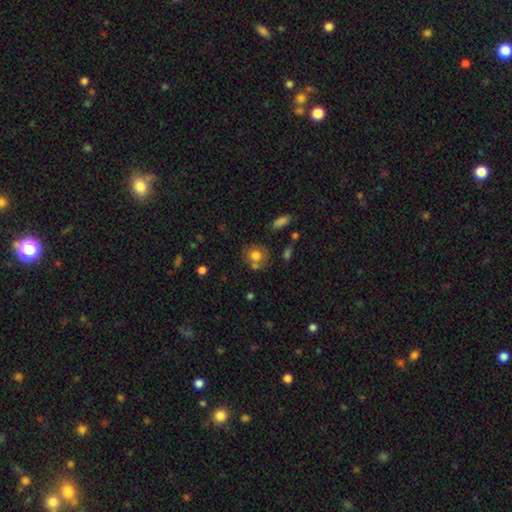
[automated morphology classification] Q: Smooth or featured?
A: smooth (75%); runner-up: featured or disk (15%)
Q: How rounded?
A: round (75%); runner-up: in between (24%)
Q: Merging?
A: none (57%); runner-up: merger (21%)